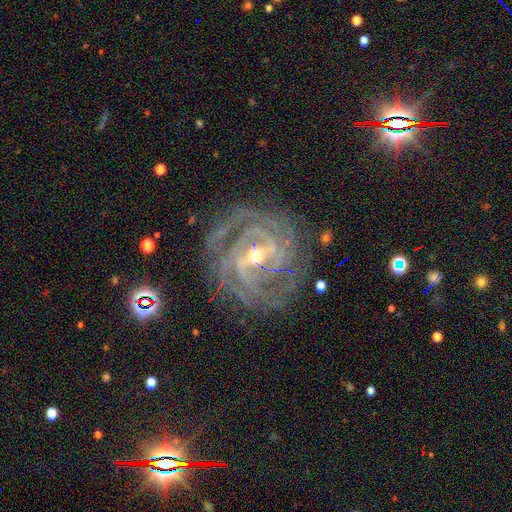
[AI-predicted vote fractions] A featured or disk galaxy (89%) with a strong bar (49%), 3 (24%) tight (79%) spiral arms (98%) and a small central bulge (49%).

Vote fractions:
- Smooth or featured? featured or disk: 89% / star or artifact: 7% / smooth: 4%
- Edge-on disk? no: 96% / yes: 4%
- Bar? strong: 49% / weak: 36% / no: 15%
- Spiral arms? yes: 98% / no: 2%
- Spiral winding? tight: 79% / medium: 18% / loose: 3%
- Spiral arm count? 3: 24% / 4: 21% / can't tell: 18% / 2: 18% / more than 4: 12% / 1: 8%
- Bulge size? small: 49% / moderate: 47% / large: 2% / none: 1% / dominant: 1%
- Merging? none: 80% / minor disturbance: 13% / major disturbance: 6% / merger: 1%